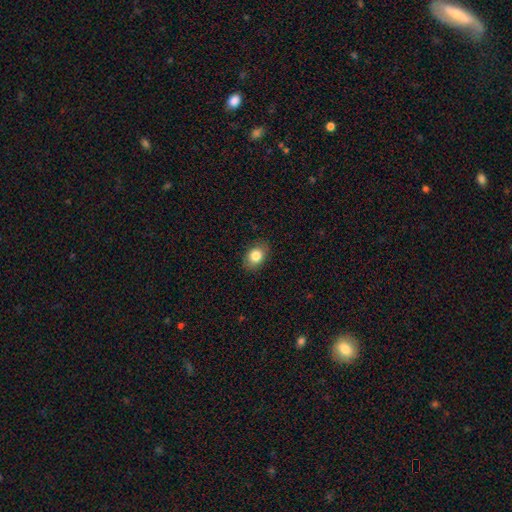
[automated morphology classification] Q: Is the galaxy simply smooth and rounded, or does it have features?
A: smooth — 83%.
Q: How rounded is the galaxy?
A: in between — 72%.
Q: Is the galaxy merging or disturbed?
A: none — 85%.